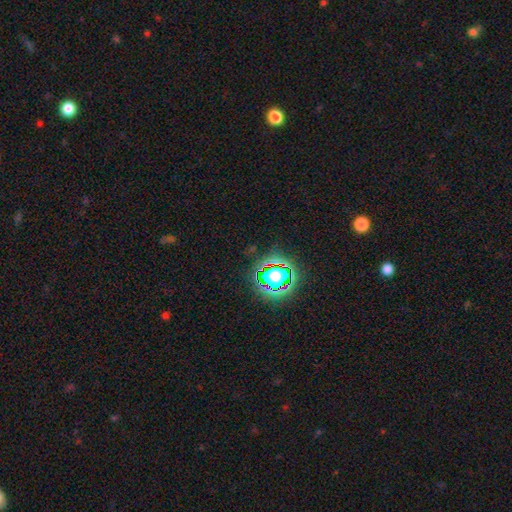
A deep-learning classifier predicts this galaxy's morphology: Smooth or featured: star or artifact — 78% (smooth — 14%)